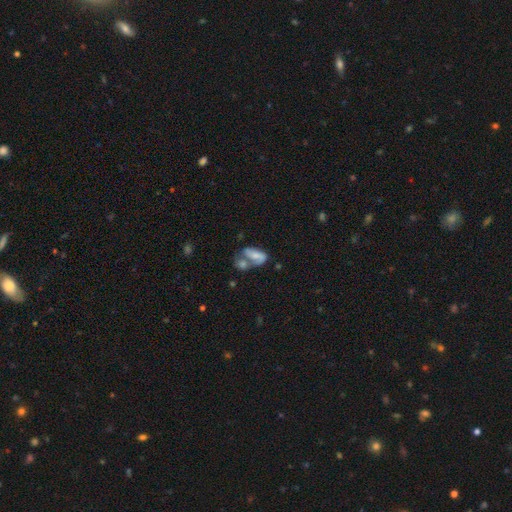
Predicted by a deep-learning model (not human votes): A smooth galaxy with no disk features (47%).

Vote fractions:
- Smooth or featured? smooth: 47% / featured or disk: 45% / star or artifact: 8%
- Merging? merger: 51% / none: 21% / major disturbance: 14% / minor disturbance: 13%